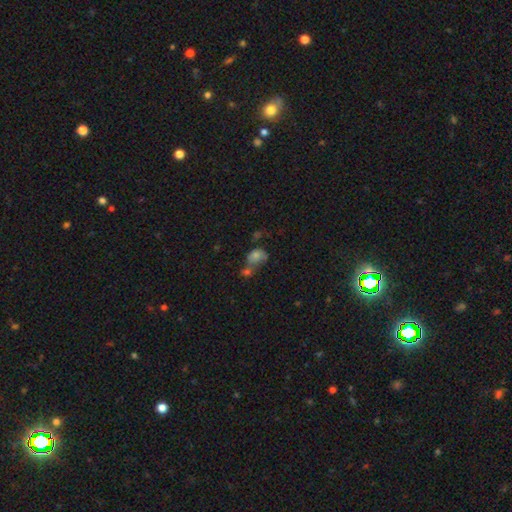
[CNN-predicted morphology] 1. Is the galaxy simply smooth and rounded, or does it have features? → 56% smooth, 25% featured or disk, 18% star or artifact.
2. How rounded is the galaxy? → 57% in between, 41% round, 2% cigar-shaped.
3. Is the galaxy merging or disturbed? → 45% merger, 29% none, 15% minor disturbance, 12% major disturbance.